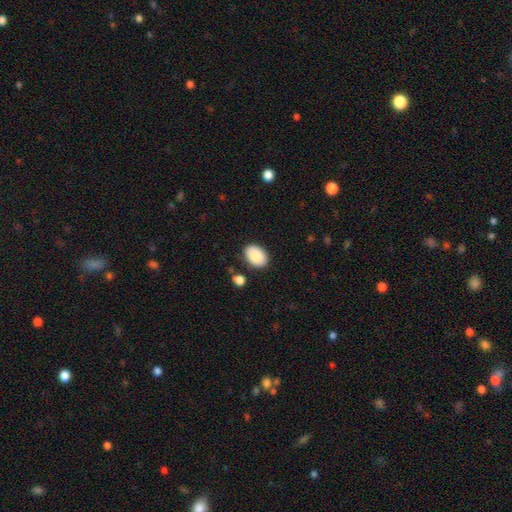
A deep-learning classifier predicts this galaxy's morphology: Smooth or featured?
  - smooth: 87% *
  - star or artifact: 7%
  - featured or disk: 6%
How rounded?
  - in between: 86% *
  - round: 13%
  - cigar-shaped: 1%
Merging?
  - none: 85% *
  - minor disturbance: 10%
  - merger: 3%
  - major disturbance: 2%